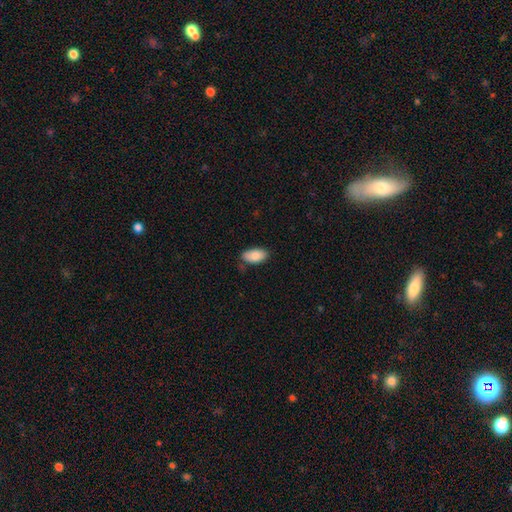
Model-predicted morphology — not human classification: This is clearly a smooth galaxy (86%). How rounded: clearly in between (94%). Merging: likely none (78%).